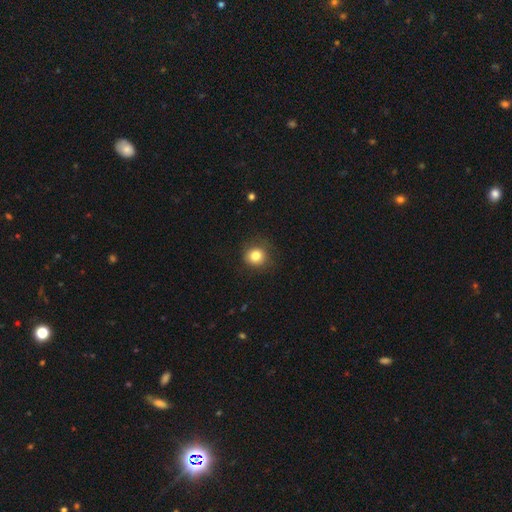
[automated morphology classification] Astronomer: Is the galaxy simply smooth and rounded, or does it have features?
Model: smooth — 82%.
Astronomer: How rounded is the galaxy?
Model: round — 88%.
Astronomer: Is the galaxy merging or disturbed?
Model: none — 84%.